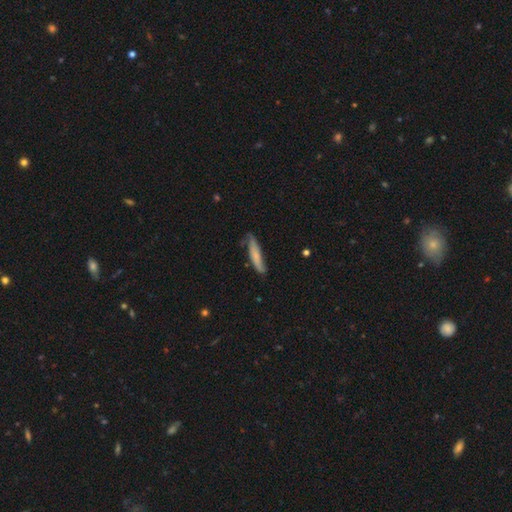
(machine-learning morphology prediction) This appears to be a smooth galaxy with no disk features (63%) that is cigar-shaped (87%). Merging: none (65%).